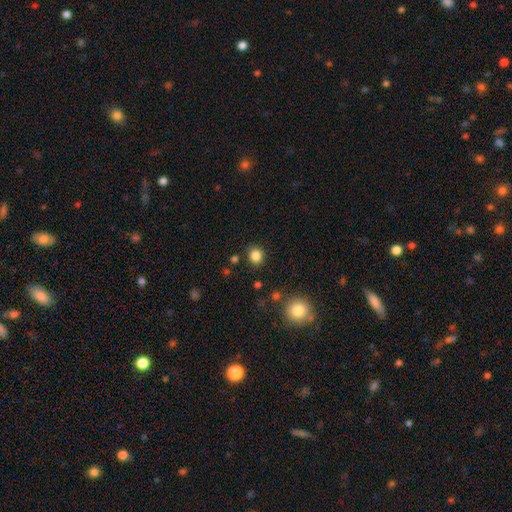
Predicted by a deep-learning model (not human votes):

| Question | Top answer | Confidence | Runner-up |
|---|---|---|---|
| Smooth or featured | smooth | 84% | star or artifact (12%) |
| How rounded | round | 82% | in between (17%) |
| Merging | none | 87% | minor disturbance (8%) |